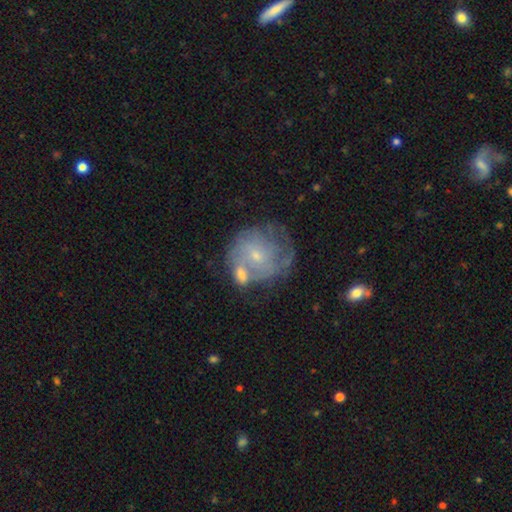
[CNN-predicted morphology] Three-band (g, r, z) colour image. It shows a featured or disk galaxy (65%) with no bar (72%), spiral arms (70%) and a small central bulge (74%). Merging: none (46%).